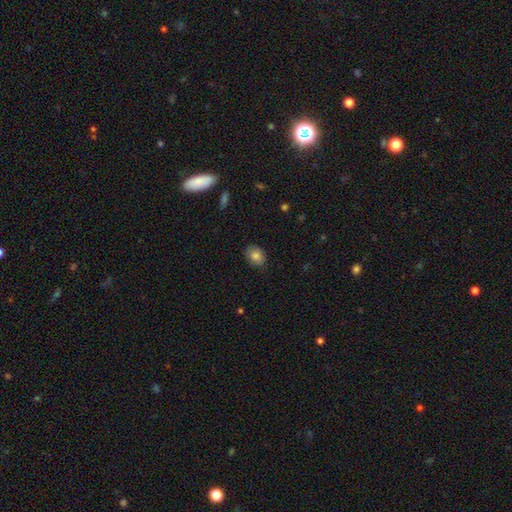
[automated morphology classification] smooth-or-featured: smooth: 81% | featured or disk: 10% | star or artifact: 9%
  how-rounded: in between: 62% | round: 37% | cigar-shaped: 1%
  merging: none: 82% | minor disturbance: 14% | major disturbance: 3% | merger: 1%